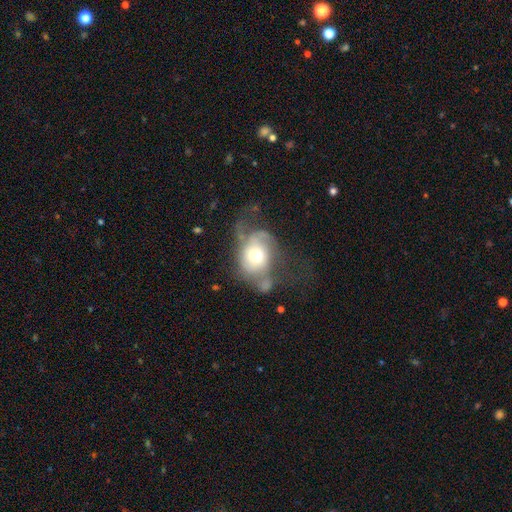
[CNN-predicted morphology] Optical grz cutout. It shows a smooth galaxy with no disk features (49%). Merging: major disturbance (41%).